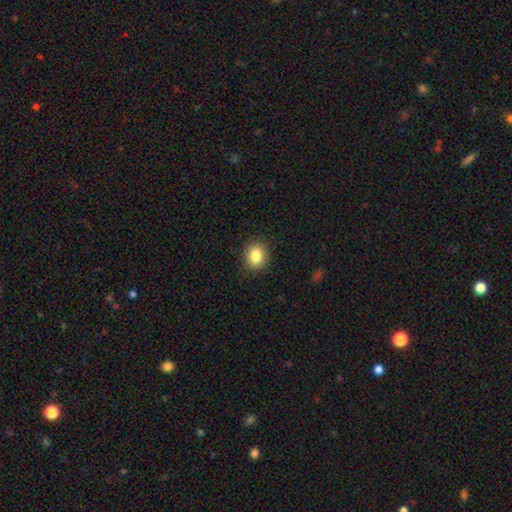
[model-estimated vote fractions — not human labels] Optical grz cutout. It shows a smooth galaxy with no disk features (85%) that is round (58%). Merging: none (89%).